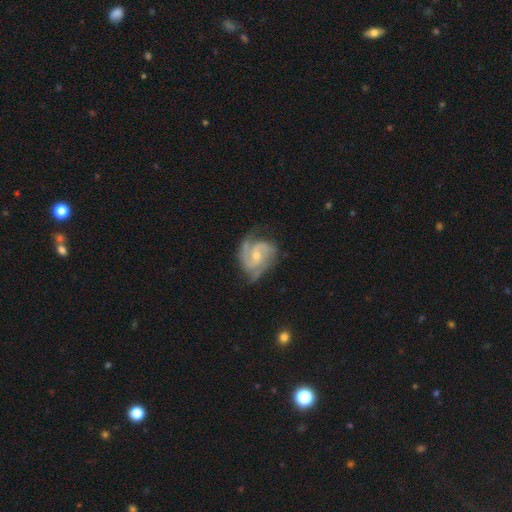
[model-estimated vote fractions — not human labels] Overall: featured or disk (88%). Edge-on disk: no (98%). Bar: no (54%; weak 38%). Spiral arms: yes (97%). Spiral arm count: 2 (63%). Spiral winding: medium (48%; tight 41%). Bulge size: small (53%; moderate 42%). Merging: none (62%; minor disturbance 25%).